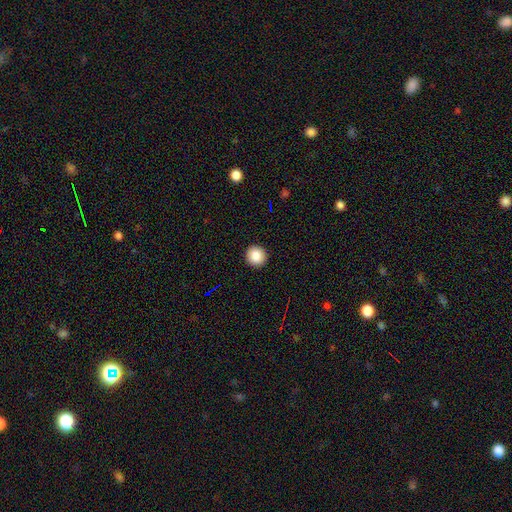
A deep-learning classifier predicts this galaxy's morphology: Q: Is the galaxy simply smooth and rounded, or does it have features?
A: smooth — 87%.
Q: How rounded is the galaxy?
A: round — 95%.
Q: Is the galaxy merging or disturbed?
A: none — 93%.